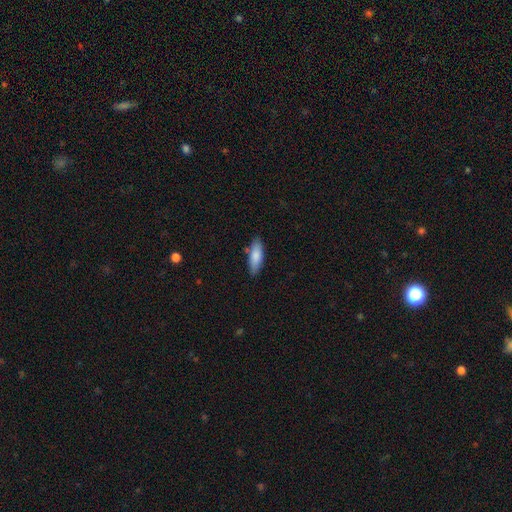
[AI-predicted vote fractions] Morphology: type=smooth (83%); roundness=in between (59%); merging=none (82%).